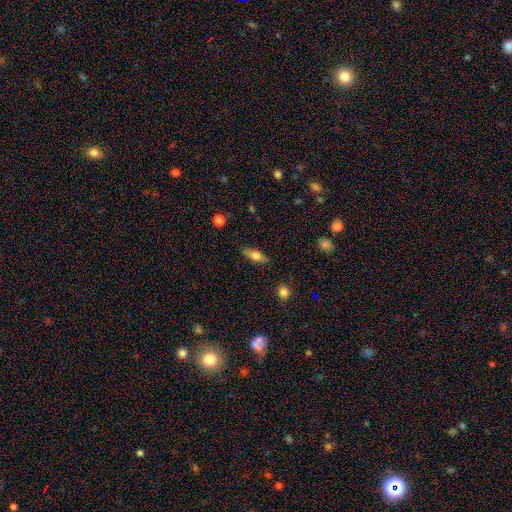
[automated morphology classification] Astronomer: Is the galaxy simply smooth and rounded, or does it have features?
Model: smooth — 72%.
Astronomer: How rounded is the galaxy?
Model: in between — 74%.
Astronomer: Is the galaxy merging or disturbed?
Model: none — 81%.